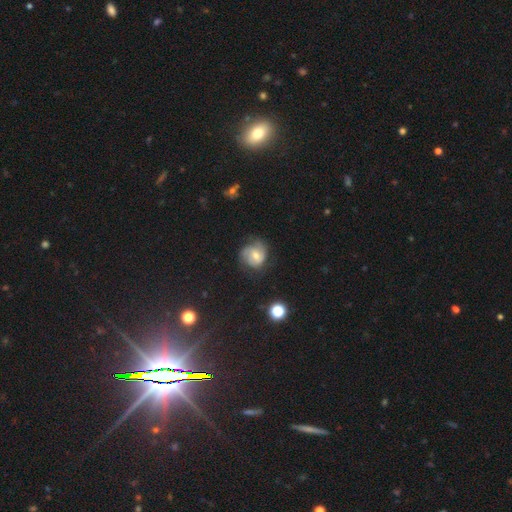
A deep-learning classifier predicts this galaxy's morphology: Smooth or featured? Predicted: featured or disk (p=0.56). Edge-on disk? Predicted: no (p=0.97). Bar? Predicted: no (p=0.58). Spiral arms? Predicted: yes (p=0.83). Bulge size? Predicted: moderate (p=0.57). Merging? Predicted: none (p=0.60).